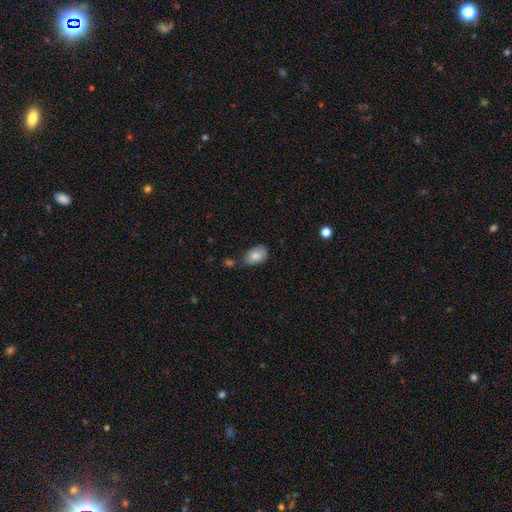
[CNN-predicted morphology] This is clearly a smooth galaxy (80%). How rounded: clearly in between (87%). Merging: likely none (60%).